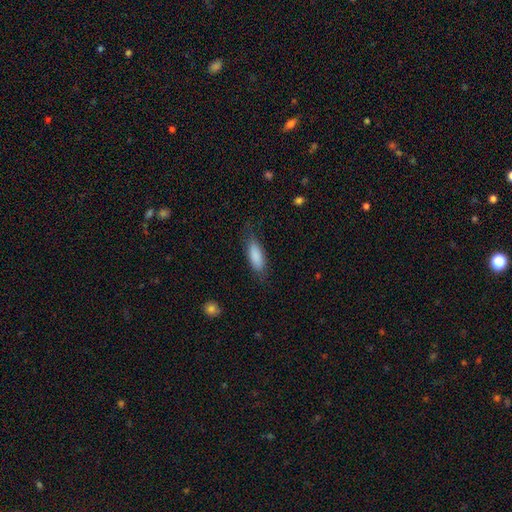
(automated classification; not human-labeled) Smooth or featured: smooth — 86% (featured or disk — 8%)
How rounded: in between — 69% (cigar-shaped — 29%)
Merging: none — 76% (minor disturbance — 17%)